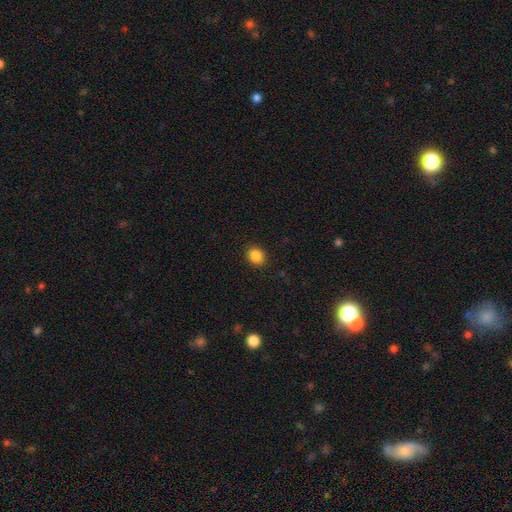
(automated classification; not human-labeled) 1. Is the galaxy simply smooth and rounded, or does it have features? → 86% smooth, 10% star or artifact, 4% featured or disk.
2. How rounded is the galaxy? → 65% round, 35% in between, 1% cigar-shaped.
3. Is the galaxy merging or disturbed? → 90% none, 7% minor disturbance, 2% major disturbance, 1% merger.